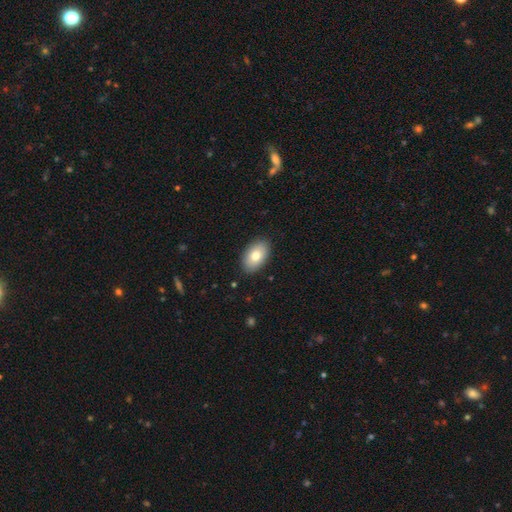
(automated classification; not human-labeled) Morphology: type=smooth (77%); roundness=in between (92%); merging=none (88%).